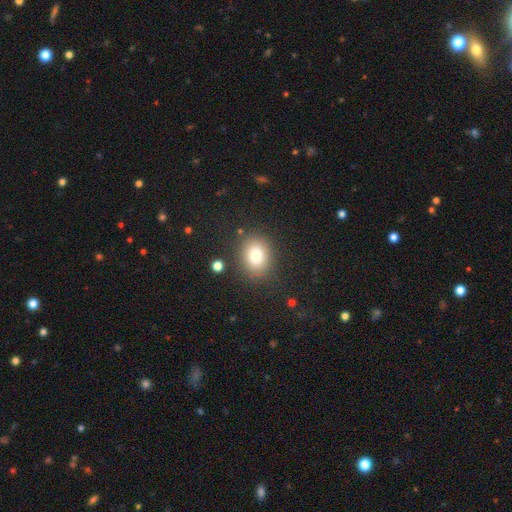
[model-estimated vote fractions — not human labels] Smooth or featured? smooth (81%)
How rounded? in between (51%)
Merging? none (84%)